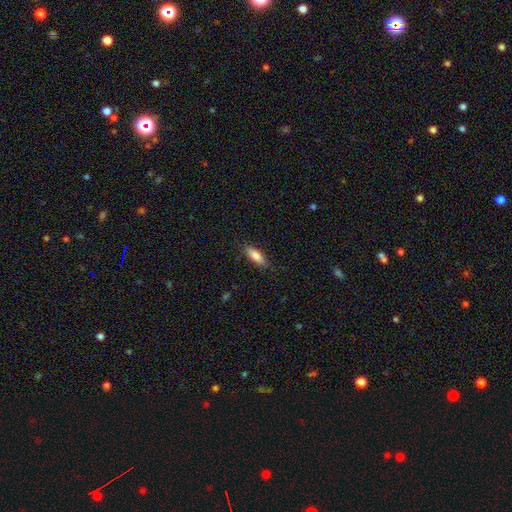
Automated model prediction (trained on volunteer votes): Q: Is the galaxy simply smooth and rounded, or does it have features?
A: smooth — 82%.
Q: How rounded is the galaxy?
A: in between — 60%.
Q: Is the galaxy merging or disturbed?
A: none — 82%.